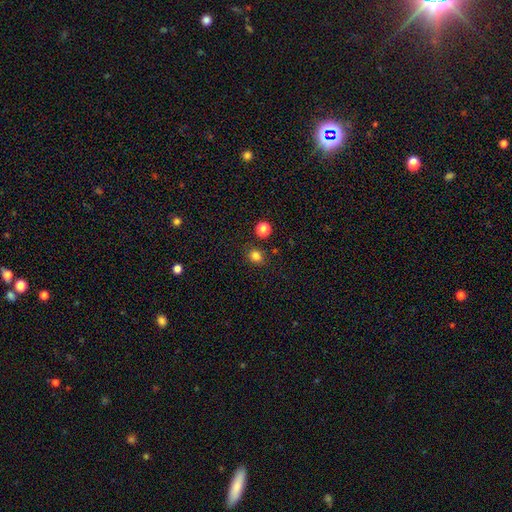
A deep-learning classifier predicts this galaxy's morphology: Smooth or featured?
  - smooth: 82% *
  - star or artifact: 14%
  - featured or disk: 5%
How rounded?
  - round: 70% *
  - in between: 29%
  - cigar-shaped: 1%
Merging?
  - none: 83% *
  - minor disturbance: 9%
  - merger: 5%
  - major disturbance: 3%